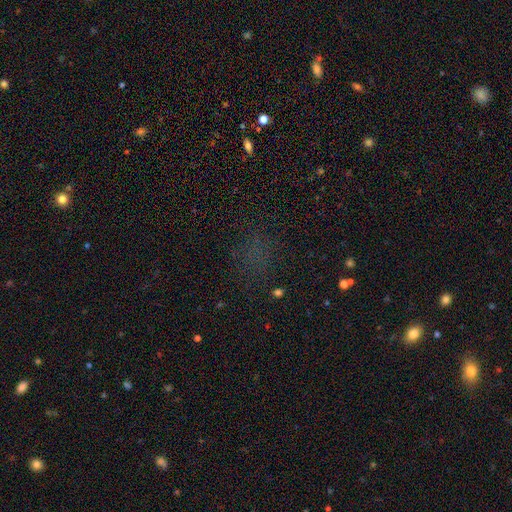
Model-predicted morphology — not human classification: A star or artifact, not a galaxy (48%).